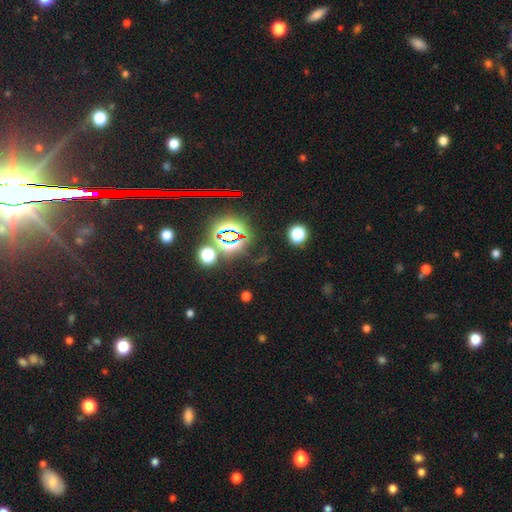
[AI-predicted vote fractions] star or artifact 82%, smooth 10%, featured or disk 8%.